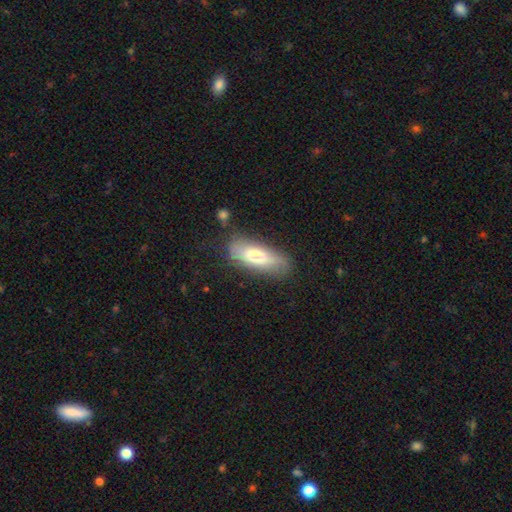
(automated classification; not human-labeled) This appears to be a smooth galaxy with no disk features (69%) that is in between round and cigar-shaped (63%). Merging: none (67%).